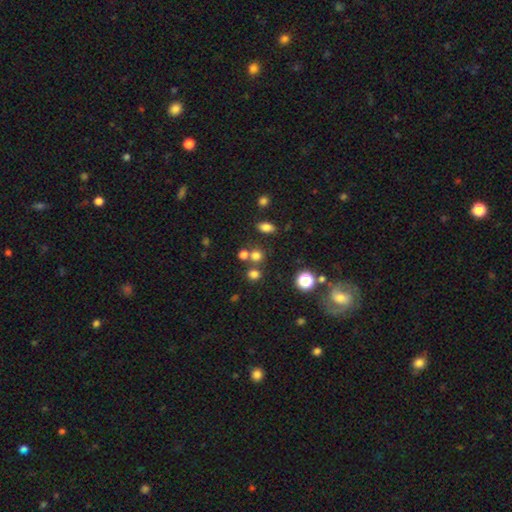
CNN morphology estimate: type=smooth (71%); roundness=round (81%); merging=none (67%).